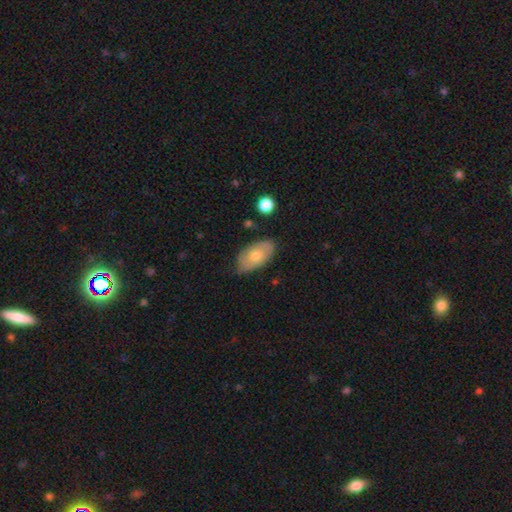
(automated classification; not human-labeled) The model was most divided on "smooth or featured": smooth: 60%, featured or disk: 33%, star or artifact: 7%. More confident: how rounded — in between (93%); merging — none (77%).